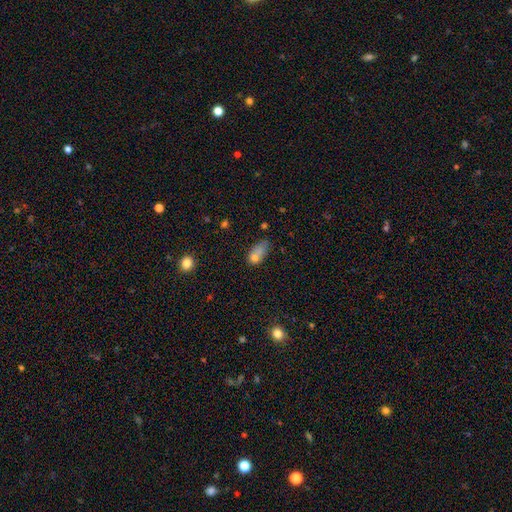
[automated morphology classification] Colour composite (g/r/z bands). It shows a smooth galaxy with no disk features (71%) that is in between round and cigar-shaped (78%). Merging: merger (27%, tied with none).